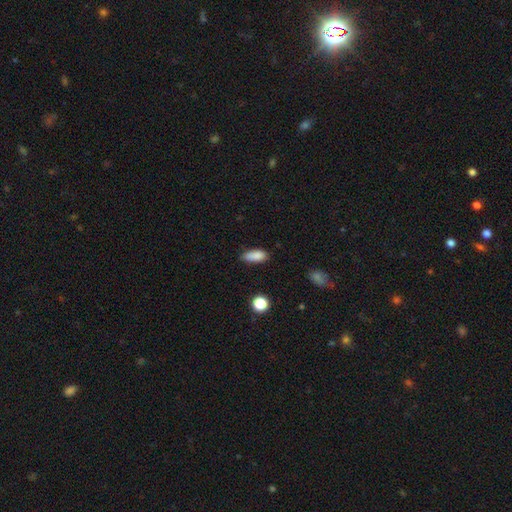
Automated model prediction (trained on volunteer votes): This appears to be a smooth galaxy with no disk features (86%) that is in between round and cigar-shaped (80%). Merging: none (68%).